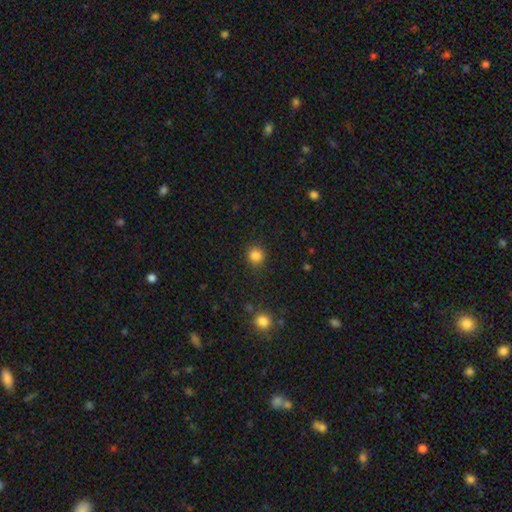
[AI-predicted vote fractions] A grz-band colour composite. It shows a smooth galaxy with no disk features (85%) that is round (88%). Merging: none (87%).